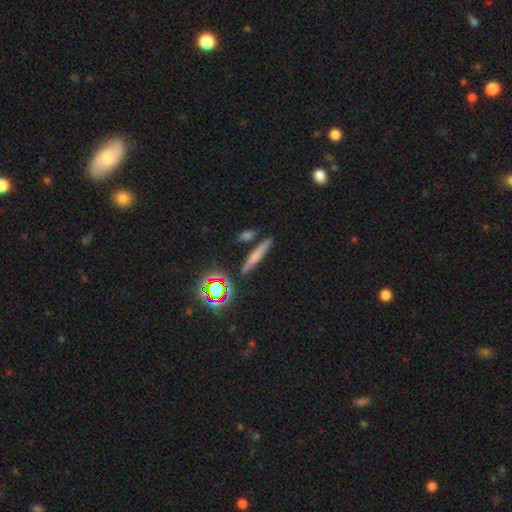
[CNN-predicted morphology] A smooth galaxy with no disk features (58%) that is cigar-shaped (85%).

Vote fractions:
- Smooth or featured? smooth: 58% / featured or disk: 26% / star or artifact: 16%
- How rounded? cigar-shaped: 85% / in between: 8% / round: 7%
- Merging? none: 83% / minor disturbance: 9% / merger: 6% / major disturbance: 3%